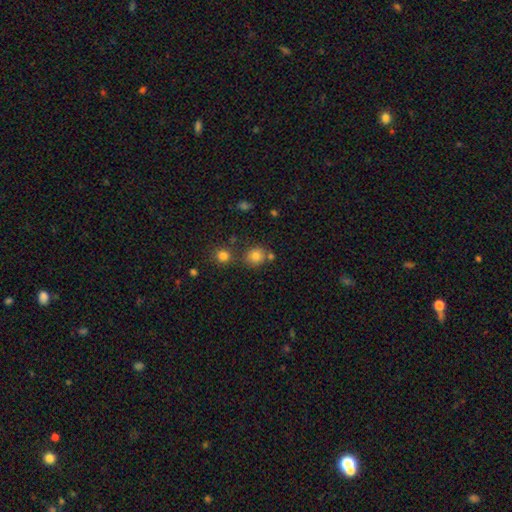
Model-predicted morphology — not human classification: The model was most divided on "merging": none: 70%, merger: 14%, minor disturbance: 12%, major disturbance: 4%. More confident: how rounded — round (81%); smooth or featured — smooth (79%).